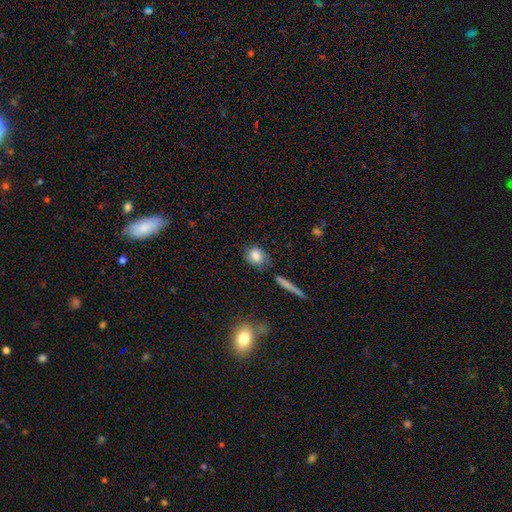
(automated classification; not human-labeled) smooth 82%, featured or disk 10%, star or artifact 8%. Down the decision tree: how rounded — round (57%); merging — none (67%).